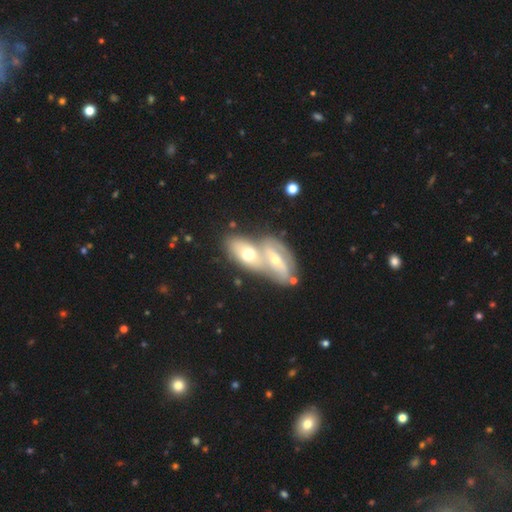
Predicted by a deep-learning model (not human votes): featured or disk 66%, smooth 25%, star or artifact 8%. Down the decision tree: edge-on disk — no (86%); bar — no (44%); spiral arms — yes (68%); bulge size — moderate (60%); merging — merger (72%).